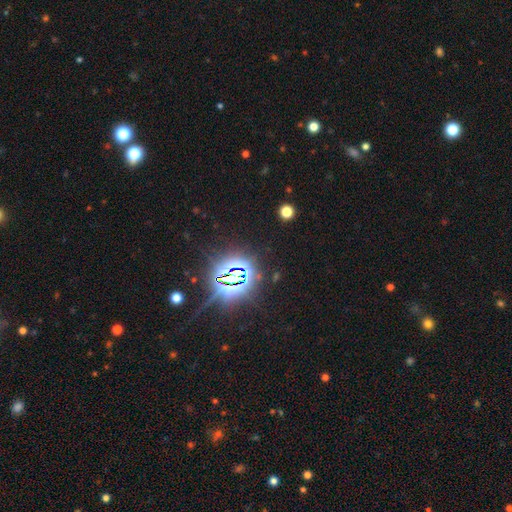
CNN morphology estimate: This appears to be a star or artifact, not a galaxy (84%).